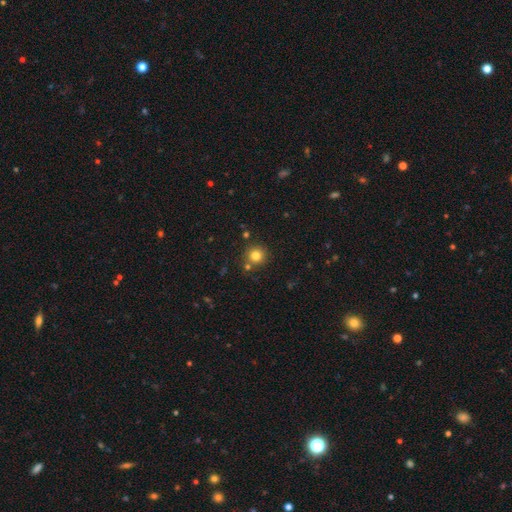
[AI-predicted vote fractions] smooth-or-featured: smooth: 80% | star or artifact: 13% | featured or disk: 7%
  how-rounded: round: 94% | in between: 5% | cigar-shaped: 1%
  merging: none: 81% | merger: 9% | minor disturbance: 8% | major disturbance: 3%